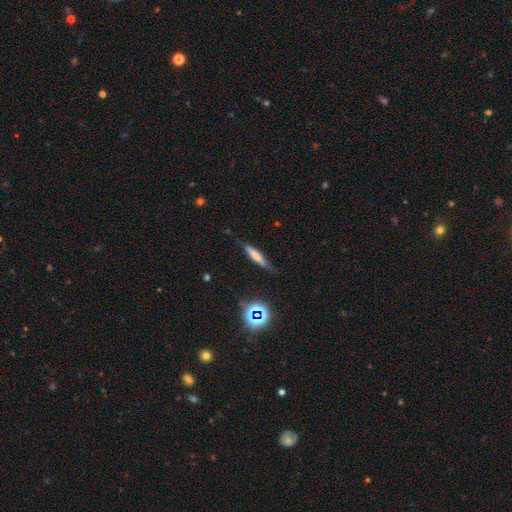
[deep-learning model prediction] Smooth or featured? smooth (63%)
How rounded? cigar-shaped (83%)
Merging? none (67%)